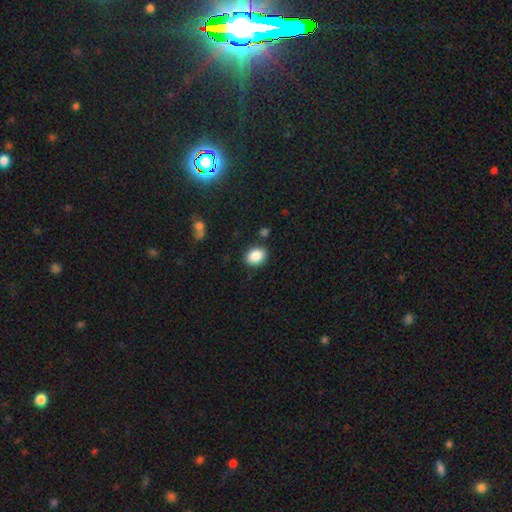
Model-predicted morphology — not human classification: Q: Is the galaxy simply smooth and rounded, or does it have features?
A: smooth — 87%.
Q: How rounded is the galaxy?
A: in between — 58%.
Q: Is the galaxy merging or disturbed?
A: none — 84%.